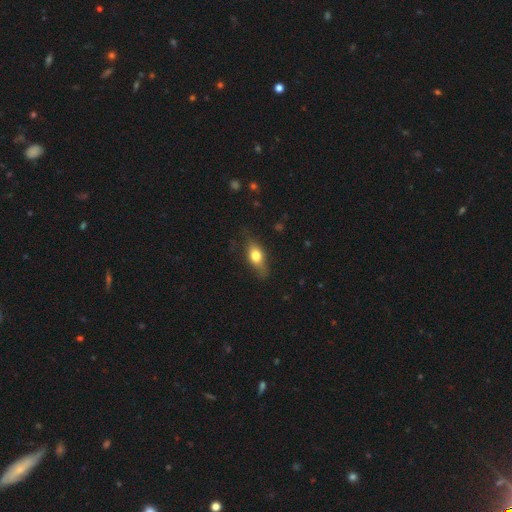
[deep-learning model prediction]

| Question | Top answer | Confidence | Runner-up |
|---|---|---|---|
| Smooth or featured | smooth | 67% | featured or disk (25%) |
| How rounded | in between | 73% | cigar-shaped (17%) |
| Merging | none | 73% | minor disturbance (21%) |